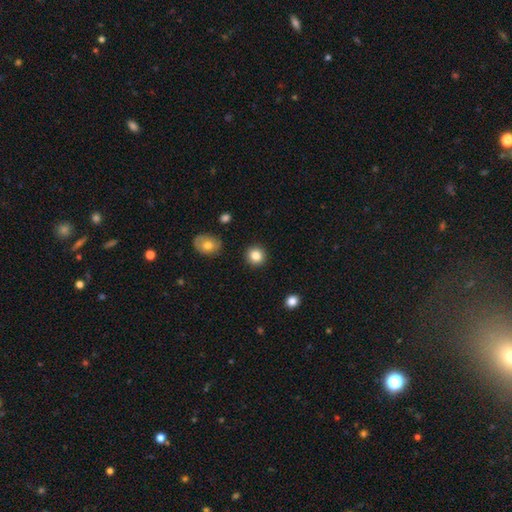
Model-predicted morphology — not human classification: Q: Smooth or featured?
A: smooth (84%); runner-up: star or artifact (10%)
Q: How rounded?
A: round (90%); runner-up: in between (9%)
Q: Merging?
A: none (90%); runner-up: minor disturbance (6%)